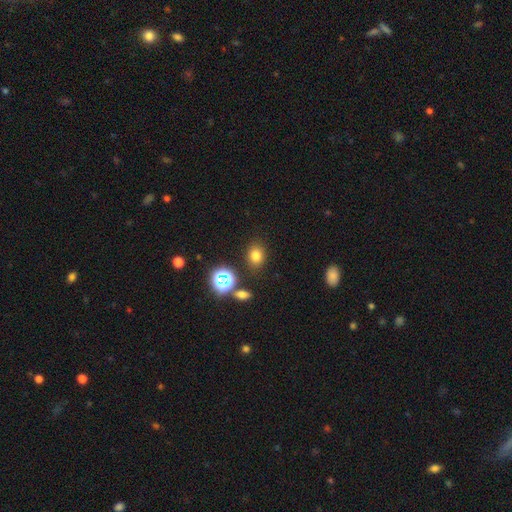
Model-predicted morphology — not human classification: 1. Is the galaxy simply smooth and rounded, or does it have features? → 74% smooth, 18% star or artifact, 8% featured or disk.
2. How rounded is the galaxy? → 55% round, 44% in between, 1% cigar-shaped.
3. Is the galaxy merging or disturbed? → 83% none, 9% minor disturbance, 4% merger, 3% major disturbance.